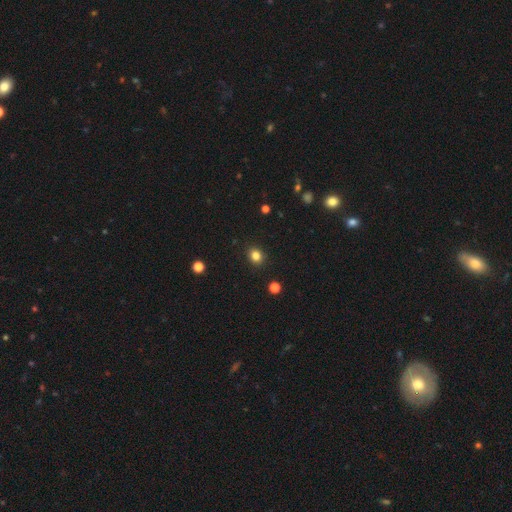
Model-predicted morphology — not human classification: type=smooth (83%); roundness=round (74%); merging=none (91%).